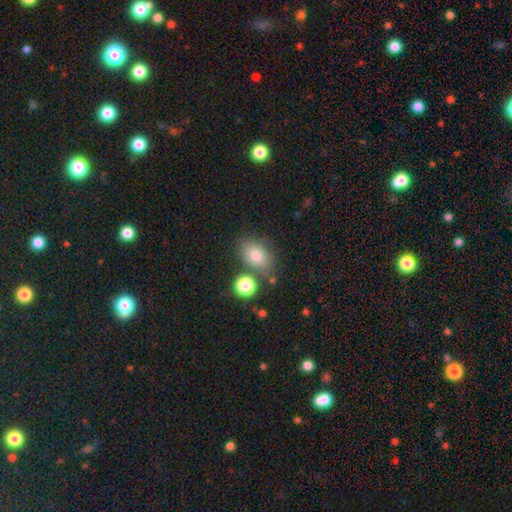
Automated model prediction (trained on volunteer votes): smooth-or-featured: smooth: 78% | star or artifact: 11% | featured or disk: 11%
  how-rounded: in between: 78% | round: 21% | cigar-shaped: 2%
  merging: none: 70% | minor disturbance: 14% | merger: 11% | major disturbance: 5%